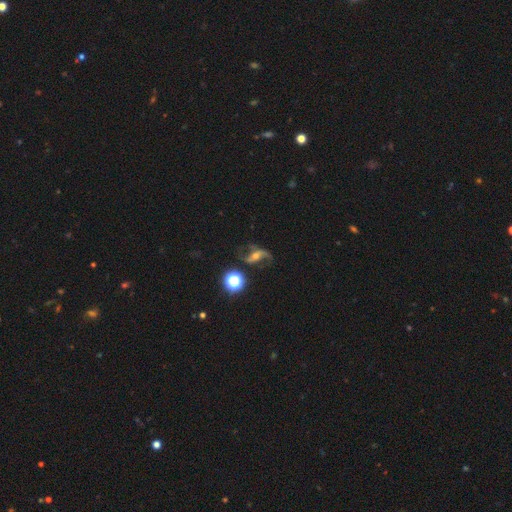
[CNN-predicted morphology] Smooth or featured: featured or disk — 79% (star or artifact — 11%)
Edge-on disk: no — 94% (yes — 6%)
Bar: strong — 38% (no — 31%)
Spiral arms: yes — 94% (no — 6%)
Spiral winding: loose — 78% (medium — 17%)
Spiral arm count: 2 — 88% (1 — 6%)
Bulge size: moderate — 47% (small — 43%)
Merging: none — 64% (minor disturbance — 17%)